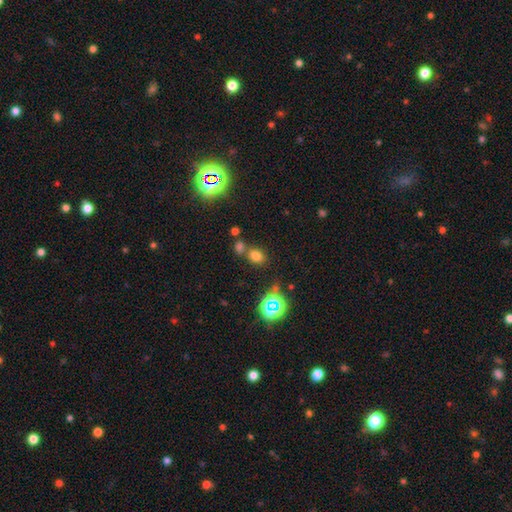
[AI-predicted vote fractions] Smooth or featured: smooth — 69% (star or artifact — 24%)
How rounded: in between — 53% (round — 46%)
Merging: none — 63% (merger — 22%)